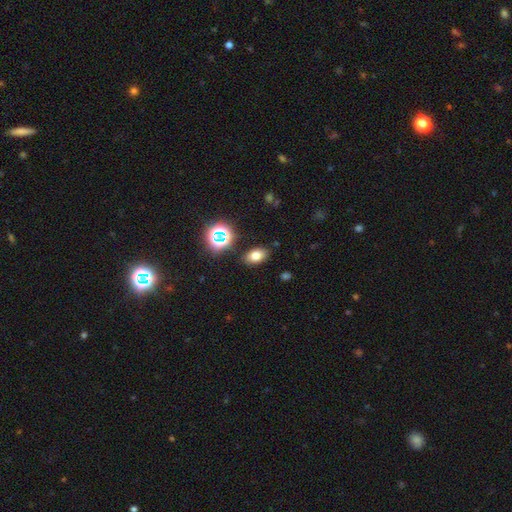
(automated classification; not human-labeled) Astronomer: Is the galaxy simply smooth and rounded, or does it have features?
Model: smooth — 72%.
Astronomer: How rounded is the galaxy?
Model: in between — 85%.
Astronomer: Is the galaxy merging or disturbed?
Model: none — 86%.